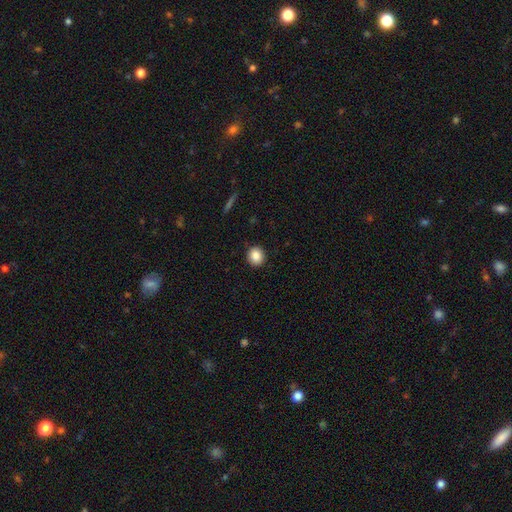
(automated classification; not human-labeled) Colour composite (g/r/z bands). It shows a smooth galaxy with no disk features (86%) that is round (87%). Merging: none (92%).